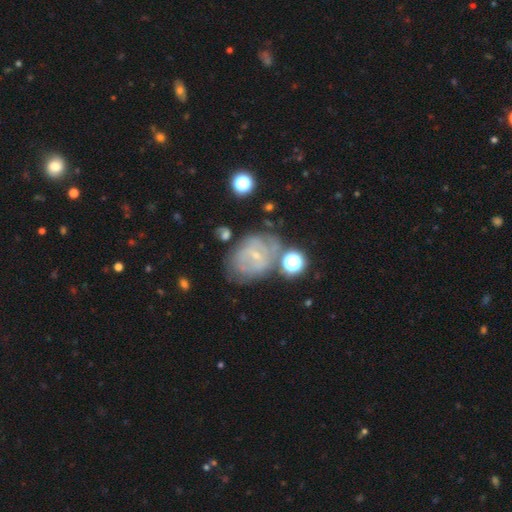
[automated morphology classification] type=featured or disk (69%); edge-on=no (97%); bar=weak (47%); spiral arms=yes (78%); winding=tight (56%); arm count=can't tell (53%); bulge=small (79%); merging=none (56%).